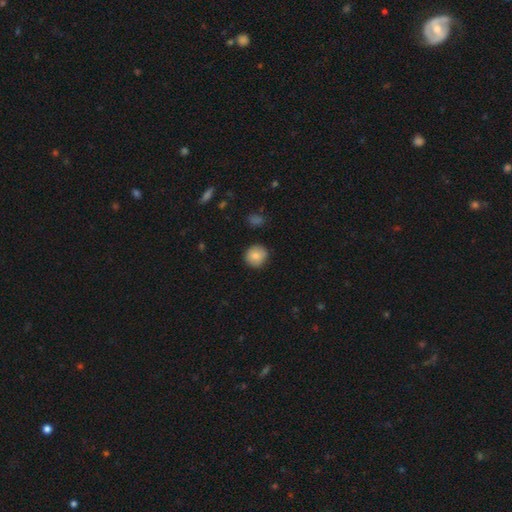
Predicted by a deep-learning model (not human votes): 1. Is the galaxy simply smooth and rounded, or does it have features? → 84% smooth, 8% featured or disk, 8% star or artifact.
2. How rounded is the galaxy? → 92% round, 7% in between, 1% cigar-shaped.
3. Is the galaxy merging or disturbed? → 88% none, 9% minor disturbance, 2% major disturbance, 1% merger.